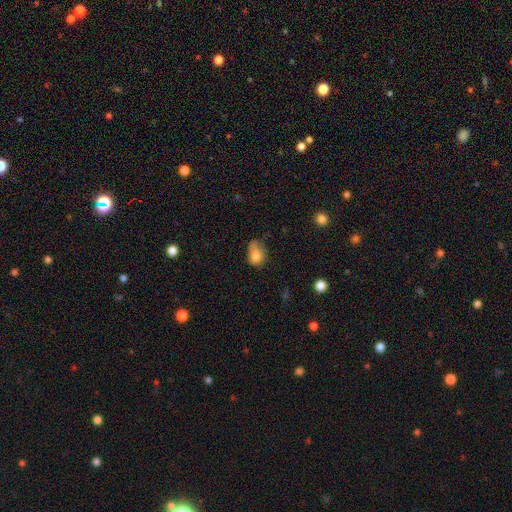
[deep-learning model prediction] Smooth or featured? smooth (78%)
How rounded? in between (67%)
Merging? minor disturbance (39%)